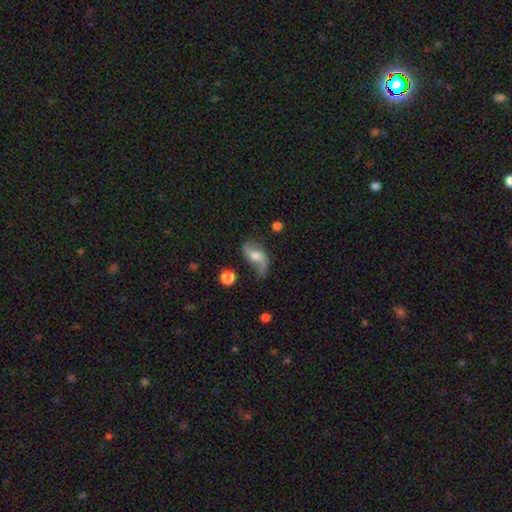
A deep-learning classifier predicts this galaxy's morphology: A featured or disk galaxy (75%) with no bar (58%), 2 (86%) loose (83%) spiral arms (93%) and a moderate central bulge (64%). Merging: none (60%).